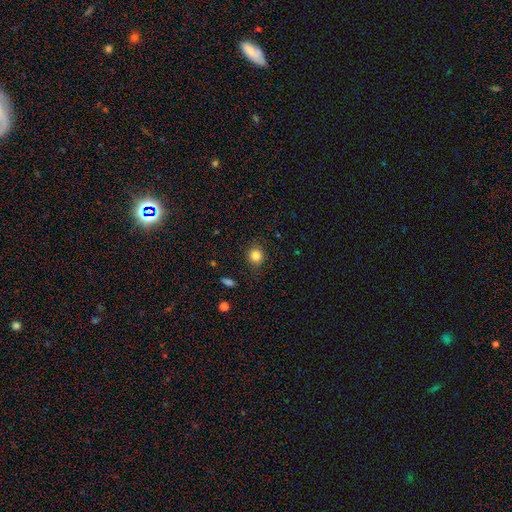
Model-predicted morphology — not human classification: Smooth or featured?
  - smooth: 83% *
  - star or artifact: 11%
  - featured or disk: 6%
How rounded?
  - round: 83% *
  - in between: 16%
  - cigar-shaped: 1%
Merging?
  - none: 85% *
  - minor disturbance: 11%
  - major disturbance: 3%
  - merger: 1%